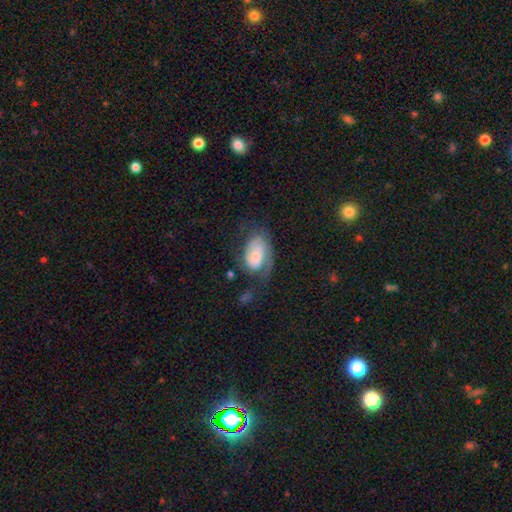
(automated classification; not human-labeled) Q: Smooth or featured?
A: smooth (46%); tied with: featured or disk (46%)
Q: Merging?
A: none (37%); runner-up: major disturbance (34%)